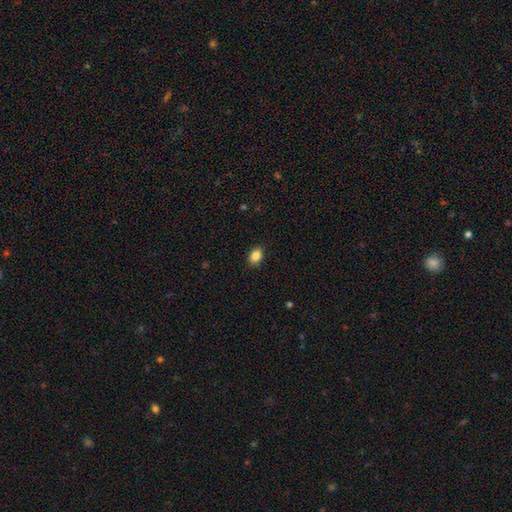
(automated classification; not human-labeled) The model was most divided on "how rounded": in between: 76%, round: 22%, cigar-shaped: 1%. More confident: merging — none (89%); smooth or featured — smooth (86%).